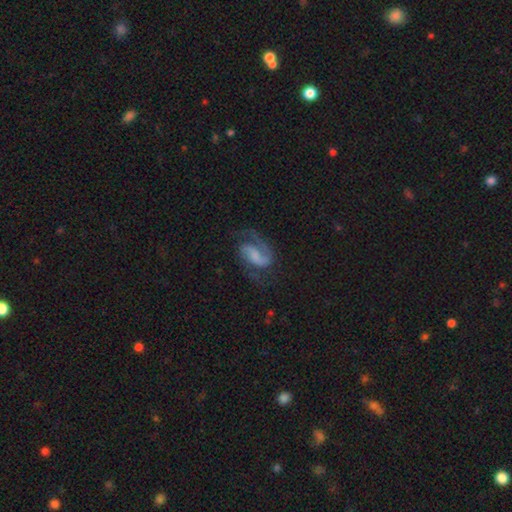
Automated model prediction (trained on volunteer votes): A featured or disk galaxy (84%) with a weak bar (42%), 2 (80%) medium (52%) spiral arms (96%) and no central bulge (41%). Merging: none (62%).